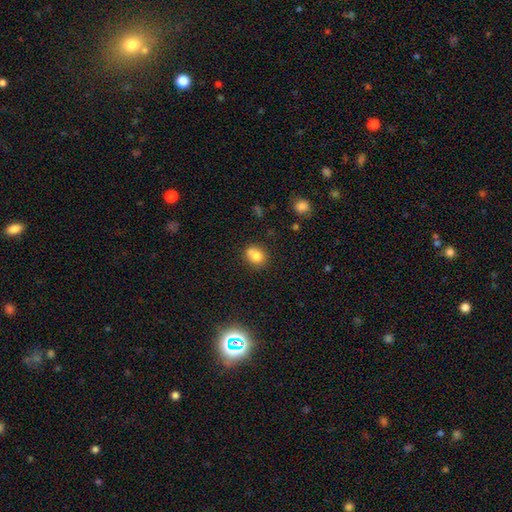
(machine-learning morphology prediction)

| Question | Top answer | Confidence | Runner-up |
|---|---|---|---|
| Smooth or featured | smooth | 76% | featured or disk (13%) |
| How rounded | round | 61% | in between (38%) |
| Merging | none | 54% | merger (26%) |